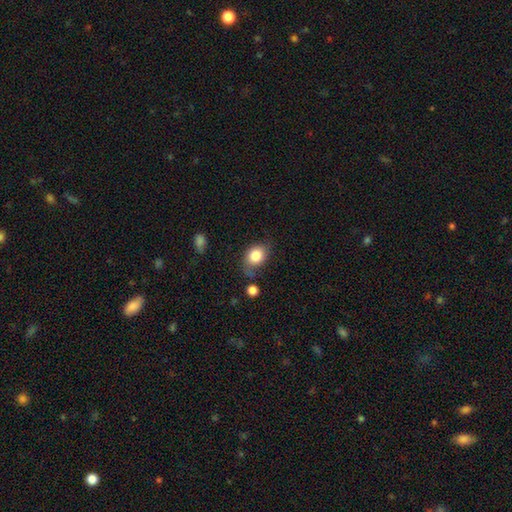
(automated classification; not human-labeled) smooth_or_featured: smooth (p=0.81) [alt: featured or disk p=0.10]
how_rounded: in between (p=0.60) [alt: round p=0.39]
merging: none (p=0.60) [alt: minor disturbance p=0.26]